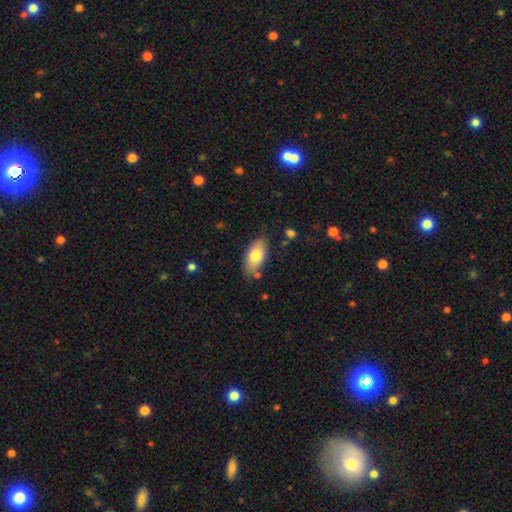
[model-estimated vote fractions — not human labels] Overall: smooth (77%). How rounded: in between (92%). Merging: none (79%).